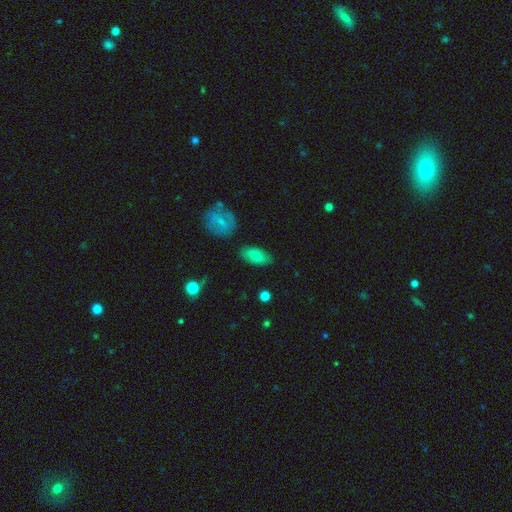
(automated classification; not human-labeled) smooth-or-featured: smooth: 76% | featured or disk: 17% | star or artifact: 7%
  how-rounded: in between: 90% | cigar-shaped: 6% | round: 4%
  merging: none: 83% | minor disturbance: 12% | merger: 3% | major disturbance: 3%